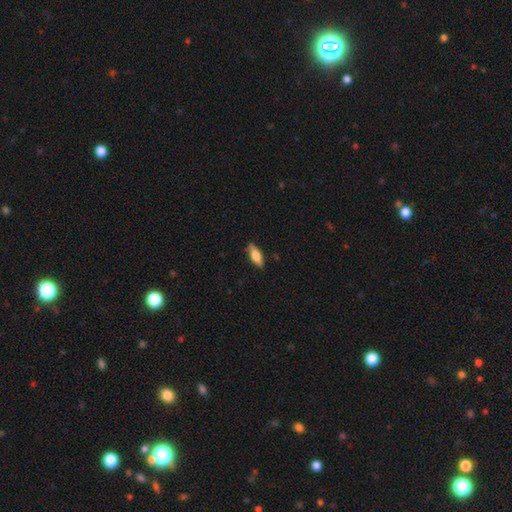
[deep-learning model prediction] smooth-or-featured: smooth: 68% | featured or disk: 26% | star or artifact: 6%
  how-rounded: in between: 62% | cigar-shaped: 35% | round: 2%
  merging: none: 84% | minor disturbance: 13% | major disturbance: 2% | merger: 1%